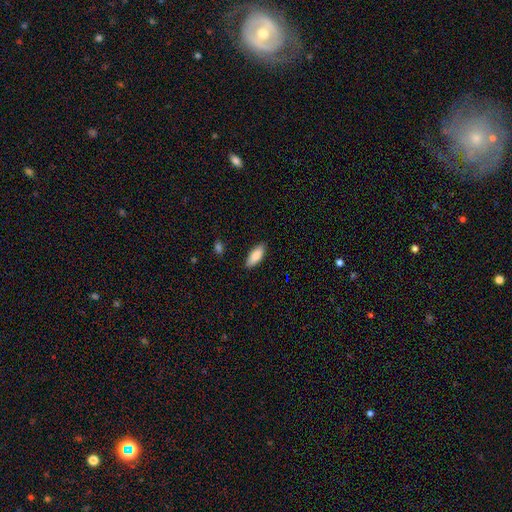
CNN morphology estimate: The model was most divided on "how rounded": in between: 81%, cigar-shaped: 18%, round: 2%. More confident: smooth or featured — smooth (88%); merging — none (87%).